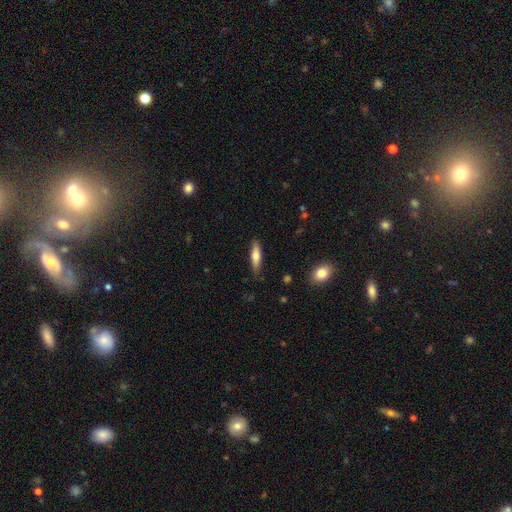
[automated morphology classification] smooth 65%, featured or disk 29%, star or artifact 6%. Down the decision tree: how rounded — cigar-shaped (70%); merging — none (86%).